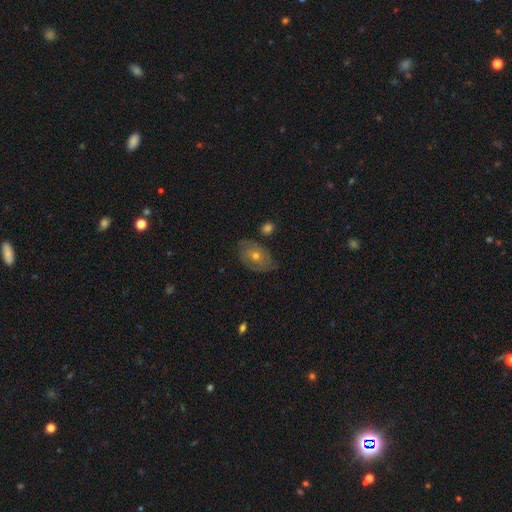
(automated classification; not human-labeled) Smooth or featured: featured or disk — 62% (smooth — 28%)
Edge-on disk: no — 94% (yes — 6%)
Bar: no — 82% (weak — 15%)
Spiral arms: yes — 70% (no — 30%)
Bulge size: moderate — 54% (small — 42%)
Merging: none — 74% (minor disturbance — 18%)